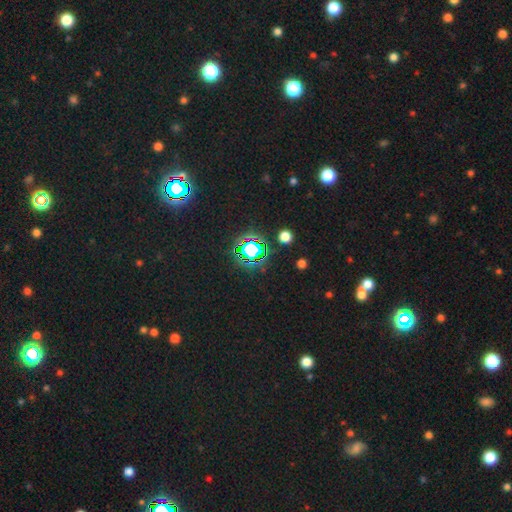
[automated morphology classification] The model was most divided on "smooth or featured": star or artifact: 74%, smooth: 17%, featured or disk: 9%.